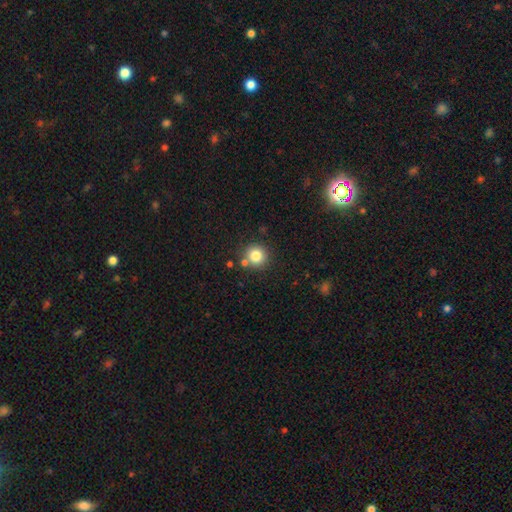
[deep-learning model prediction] This appears to be a smooth galaxy with no disk features (82%) that is round (92%). Merging: none (78%).